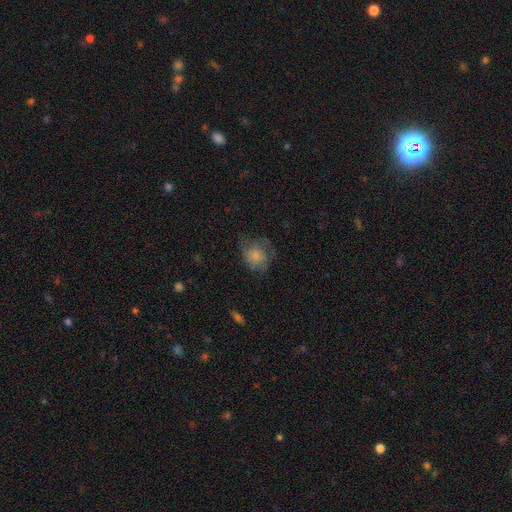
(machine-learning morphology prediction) Smooth or featured? Predicted: smooth (p=0.68). How rounded? Predicted: round (p=0.66). Merging? Predicted: none (p=0.50).